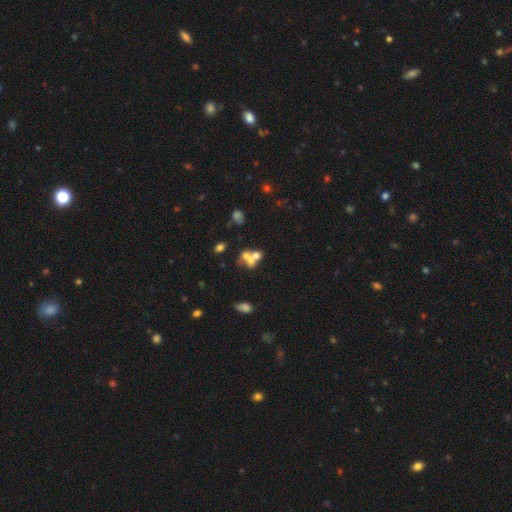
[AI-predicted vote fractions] Smooth or featured? Predicted: smooth (p=0.48). Merging? Predicted: merger (p=0.57).